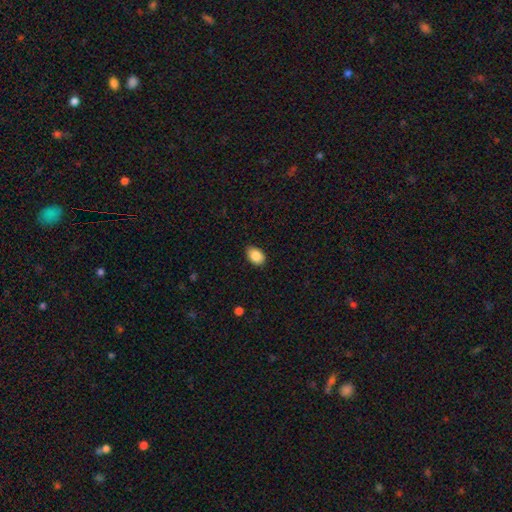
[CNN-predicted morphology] smooth_or_featured: smooth (p=0.86) [alt: star or artifact p=0.08]
how_rounded: in between (p=0.83) [alt: round p=0.16]
merging: none (p=0.85) [alt: minor disturbance p=0.12]